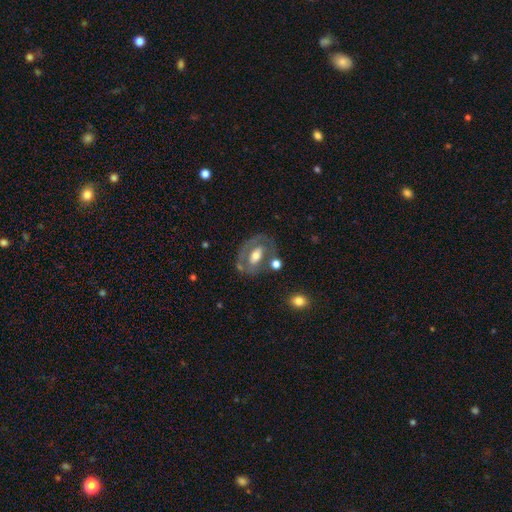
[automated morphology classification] This is possibly a featured or disk galaxy (58%). It is clearly not viewed edge-on (92%). Bar: possibly no (56%). Spiral arm pattern: likely no (71%). Central bulge: likely moderate (62%). Merging: possibly none (59%).